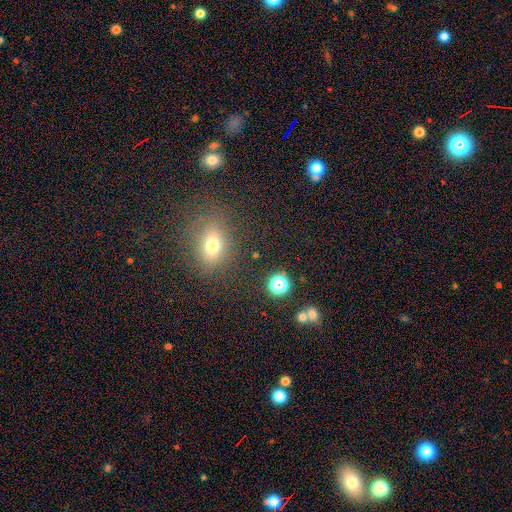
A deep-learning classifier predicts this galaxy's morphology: Smooth or featured? smooth (61%)
How rounded? in between (50%)
Merging? none (79%)